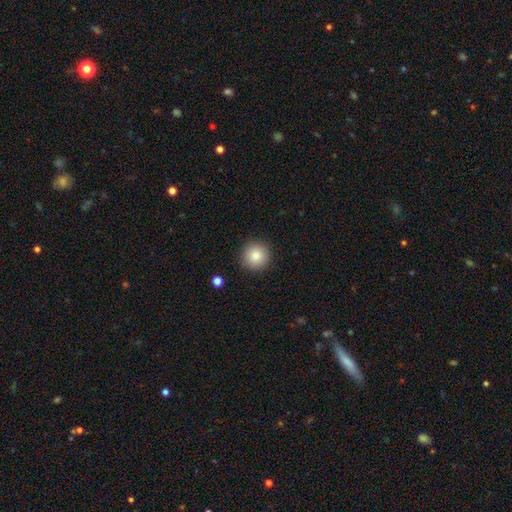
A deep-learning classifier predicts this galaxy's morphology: This is clearly a smooth galaxy (84%). How rounded: clearly round (95%). Merging: clearly none (91%).